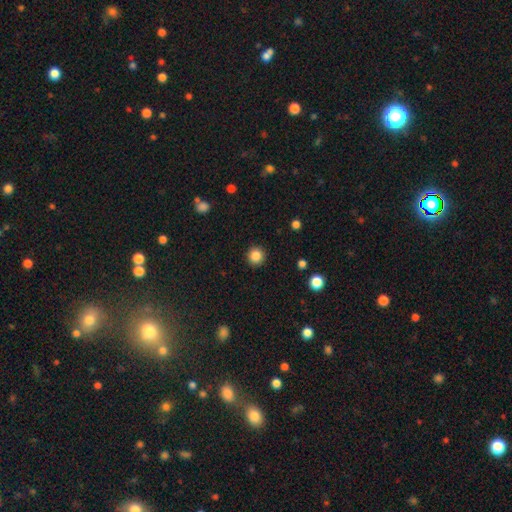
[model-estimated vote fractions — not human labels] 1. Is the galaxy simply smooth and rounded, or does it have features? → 85% smooth, 11% star or artifact, 4% featured or disk.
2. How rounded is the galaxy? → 95% round, 4% in between, 1% cigar-shaped.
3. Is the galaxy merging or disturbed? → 92% none, 5% minor disturbance, 2% major disturbance, 1% merger.